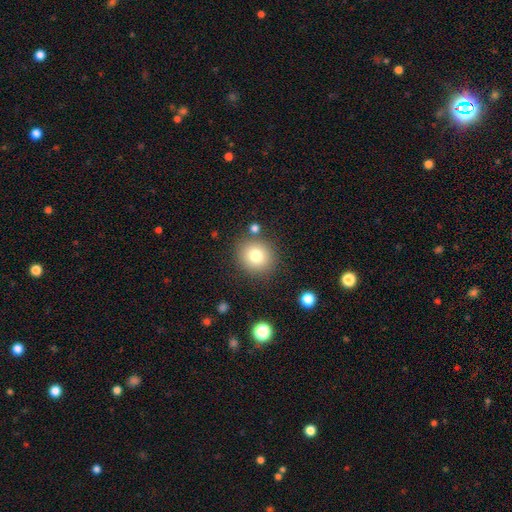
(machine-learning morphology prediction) smooth_or_featured: smooth (p=0.78) [alt: star or artifact p=0.12]
how_rounded: round (p=0.88) [alt: in between p=0.11]
merging: none (p=0.83) [alt: minor disturbance p=0.09]